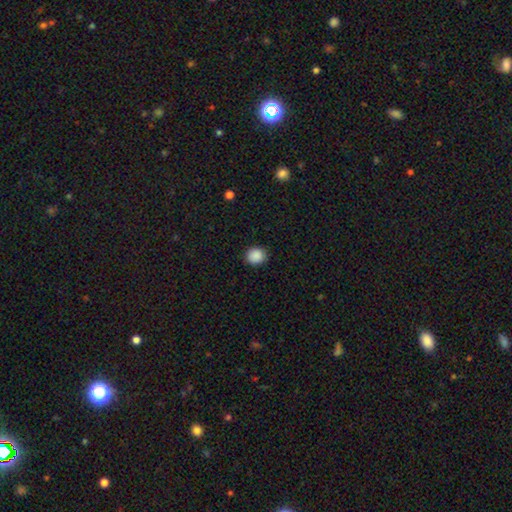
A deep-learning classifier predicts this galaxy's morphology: type=smooth (89%); roundness=round (83%); merging=none (90%).